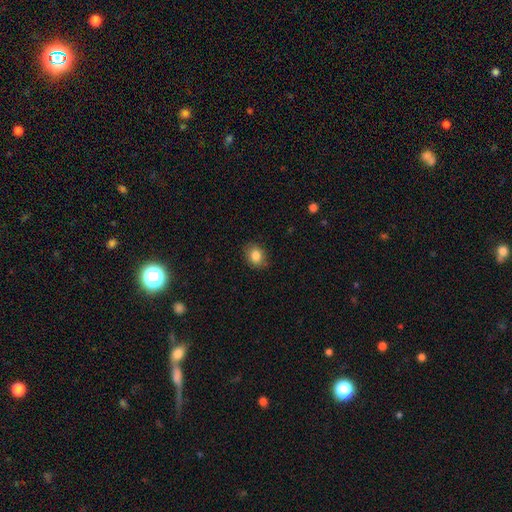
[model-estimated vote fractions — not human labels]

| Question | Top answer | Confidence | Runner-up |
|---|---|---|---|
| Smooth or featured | smooth | 84% | star or artifact (9%) |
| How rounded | in between | 51% | round (48%) |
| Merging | none | 85% | minor disturbance (11%) |